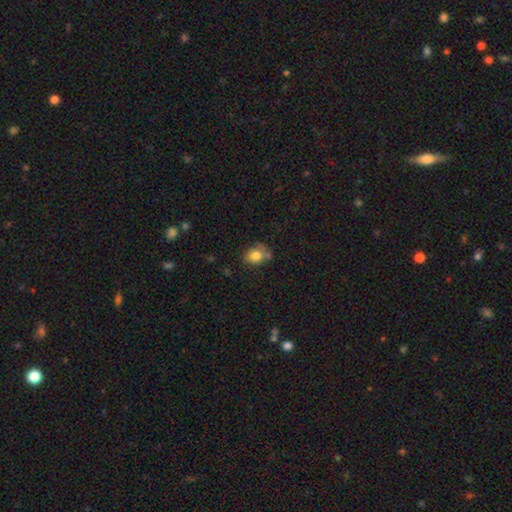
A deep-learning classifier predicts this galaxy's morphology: smooth-or-featured: smooth: 80% | featured or disk: 10% | star or artifact: 10%
  how-rounded: round: 52% | in between: 47% | cigar-shaped: 1%
  merging: none: 58% | minor disturbance: 23% | merger: 12% | major disturbance: 7%